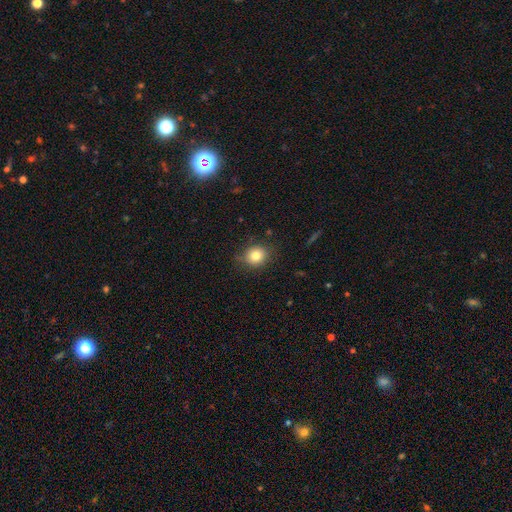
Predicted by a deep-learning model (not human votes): A smooth galaxy with no disk features (81%) that is round (78%).

Vote fractions:
- Smooth or featured? smooth: 81% / star or artifact: 11% / featured or disk: 8%
- How rounded? round: 78% / in between: 21% / cigar-shaped: 1%
- Merging? none: 81% / minor disturbance: 15% / major disturbance: 3% / merger: 1%